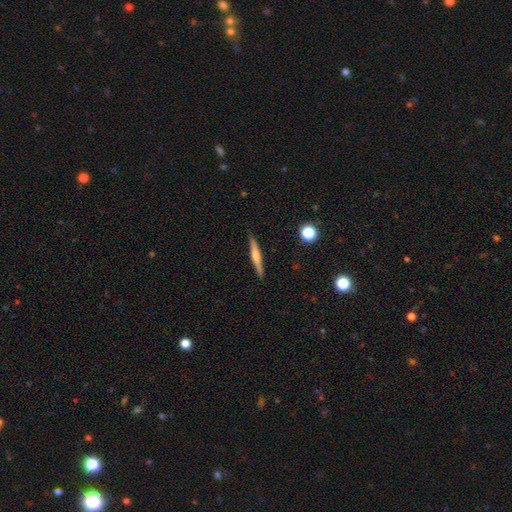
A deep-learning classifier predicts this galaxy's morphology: Smooth or featured? Predicted: featured or disk (p=0.50). Merging? Predicted: none (p=0.90).